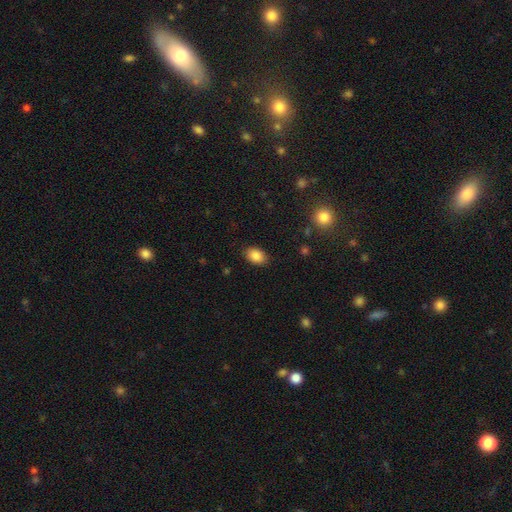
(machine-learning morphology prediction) The model was most divided on "how rounded": in between: 84%, round: 15%, cigar-shaped: 1%. More confident: smooth or featured — smooth (87%); merging — none (86%).